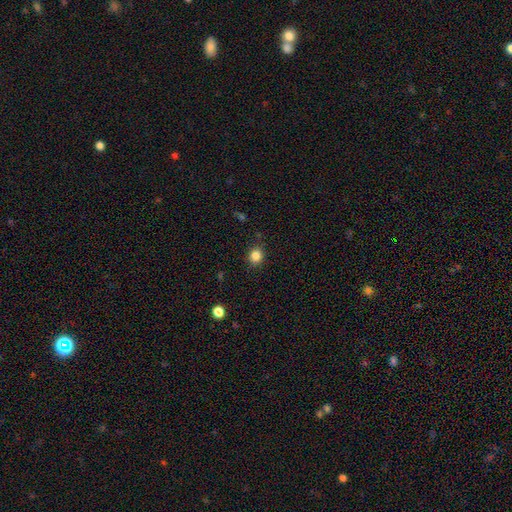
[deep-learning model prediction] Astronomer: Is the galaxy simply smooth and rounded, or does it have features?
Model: smooth — 85%.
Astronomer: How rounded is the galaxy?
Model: round — 77%.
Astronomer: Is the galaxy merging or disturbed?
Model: none — 87%.